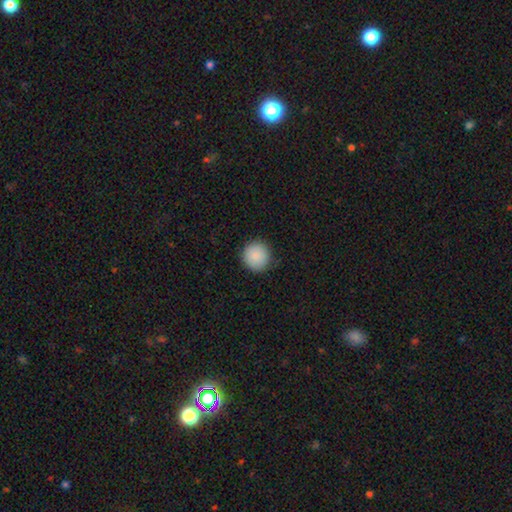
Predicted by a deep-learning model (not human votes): smooth 89%, star or artifact 7%, featured or disk 4%. Down the decision tree: how rounded — round (94%); merging — none (87%).